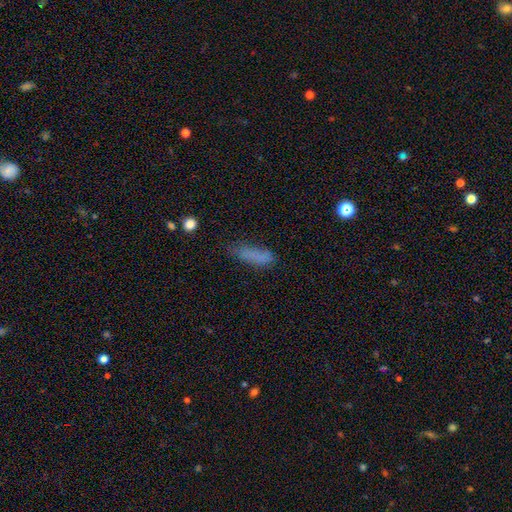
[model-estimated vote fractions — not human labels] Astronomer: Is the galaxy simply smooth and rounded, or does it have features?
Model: smooth — 77%.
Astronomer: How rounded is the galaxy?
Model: cigar-shaped — 61% (runner-up: in between, 36%).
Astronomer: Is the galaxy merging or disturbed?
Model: none — 61%.